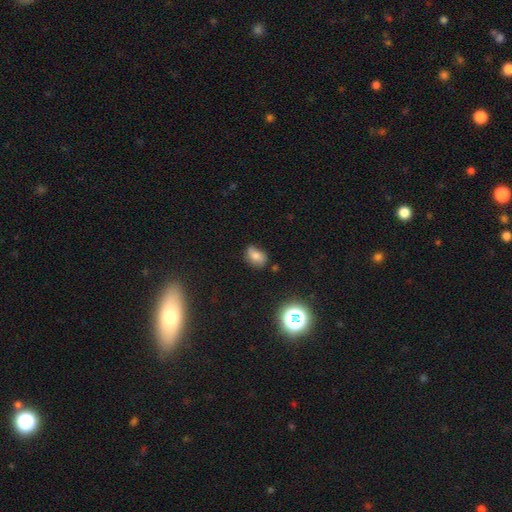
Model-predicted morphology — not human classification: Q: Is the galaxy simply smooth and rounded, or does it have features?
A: smooth — 71%.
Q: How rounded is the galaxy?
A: in between — 75%.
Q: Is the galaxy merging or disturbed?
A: none — 63%.